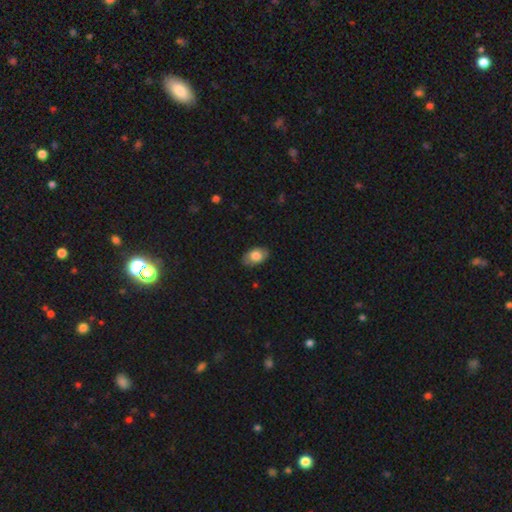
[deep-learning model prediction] smooth_or_featured: smooth (p=0.77) [alt: featured or disk p=0.17]
how_rounded: in between (p=0.91) [alt: round p=0.08]
merging: none (p=0.83) [alt: minor disturbance p=0.13]